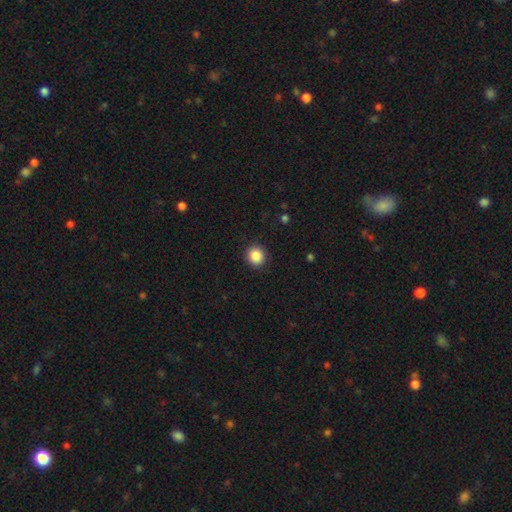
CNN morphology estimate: The model was most divided on "how rounded": round: 88%, in between: 11%, cigar-shaped: 1%. More confident: merging — none (90%); smooth or featured — smooth (88%).